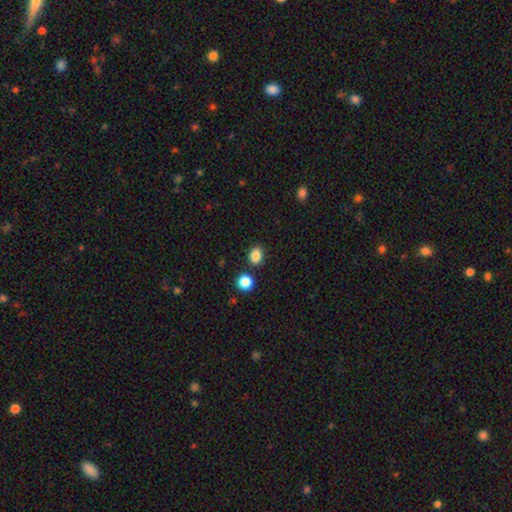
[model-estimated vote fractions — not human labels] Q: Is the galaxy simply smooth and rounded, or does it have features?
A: smooth — 85%.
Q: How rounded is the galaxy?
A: in between — 61%.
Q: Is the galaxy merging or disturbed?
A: none — 82%.